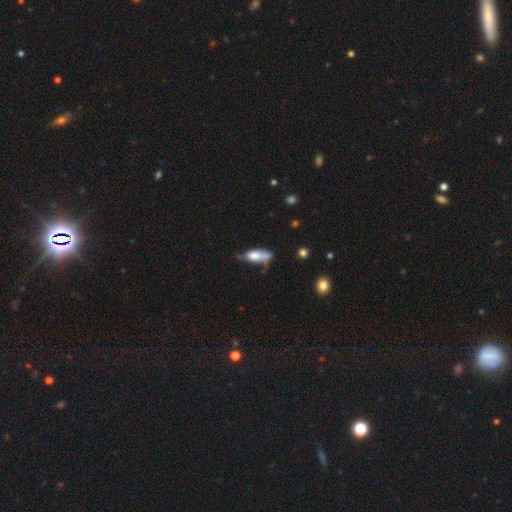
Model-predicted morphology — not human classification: Smooth or featured: smooth — 66% (featured or disk — 26%)
How rounded: in between — 69% (cigar-shaped — 28%)
Merging: none — 33% (minor disturbance — 31%)